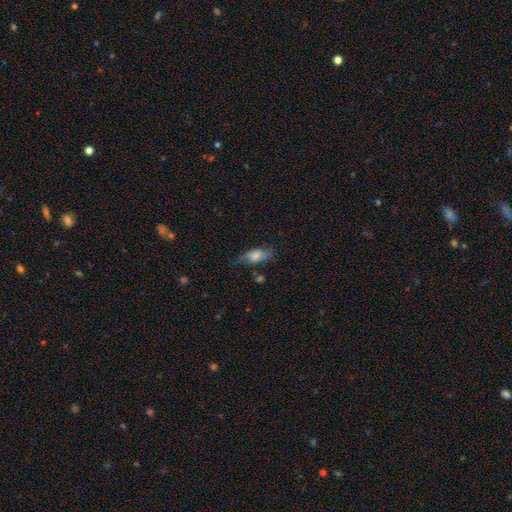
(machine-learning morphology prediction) smooth_or_featured: smooth (p=0.65) [alt: featured or disk p=0.27]
how_rounded: in between (p=0.78) [alt: cigar-shaped p=0.17]
merging: none (p=0.60) [alt: minor disturbance p=0.27]